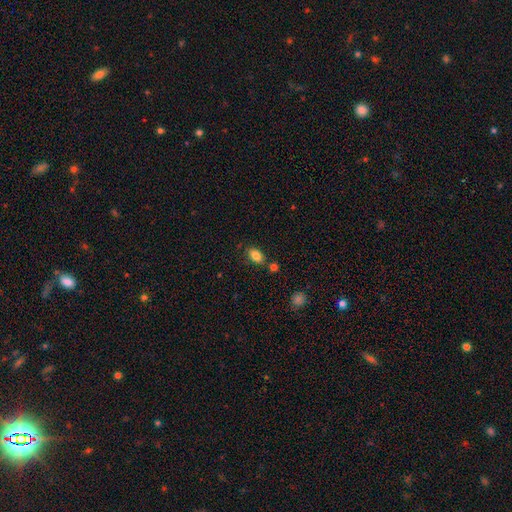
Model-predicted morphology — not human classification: smooth 84%, star or artifact 10%, featured or disk 7%. Down the decision tree: how rounded — in between (86%); merging — none (77%).